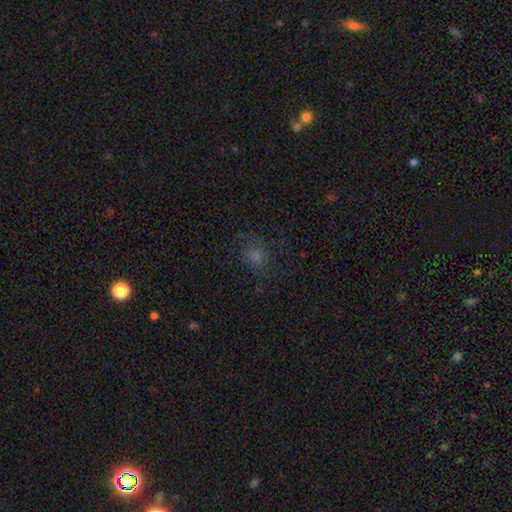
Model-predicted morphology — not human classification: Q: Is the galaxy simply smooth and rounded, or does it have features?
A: smooth — 46%.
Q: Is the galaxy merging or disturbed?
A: none — 73%.